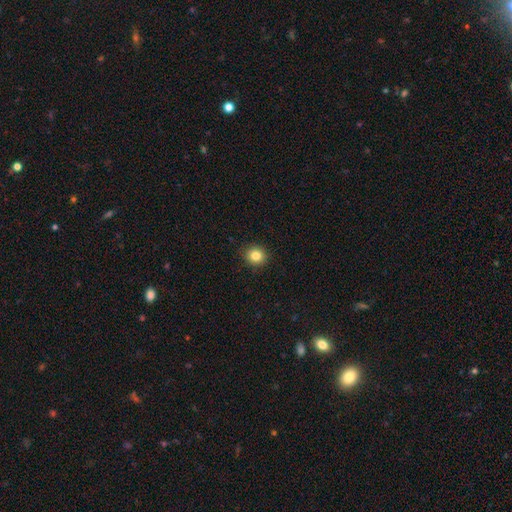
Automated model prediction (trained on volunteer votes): smooth-or-featured: smooth: 84% | star or artifact: 11% | featured or disk: 6%
  how-rounded: round: 84% | in between: 15% | cigar-shaped: 1%
  merging: none: 91% | minor disturbance: 6% | major disturbance: 2% | merger: 1%